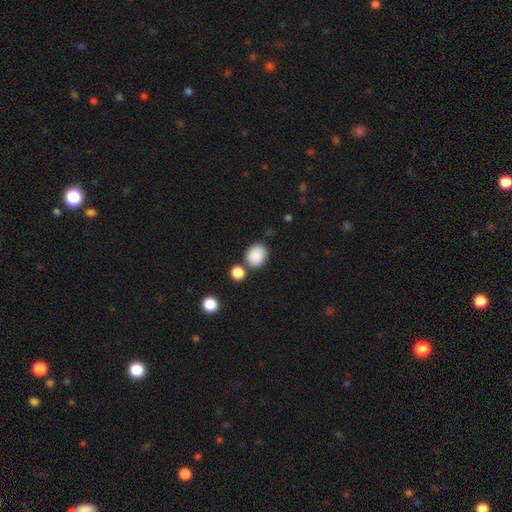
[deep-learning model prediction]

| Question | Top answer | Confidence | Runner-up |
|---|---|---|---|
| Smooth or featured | smooth | 87% | star or artifact (8%) |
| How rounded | round | 62% | in between (37%) |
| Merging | none | 72% | merger (14%) |